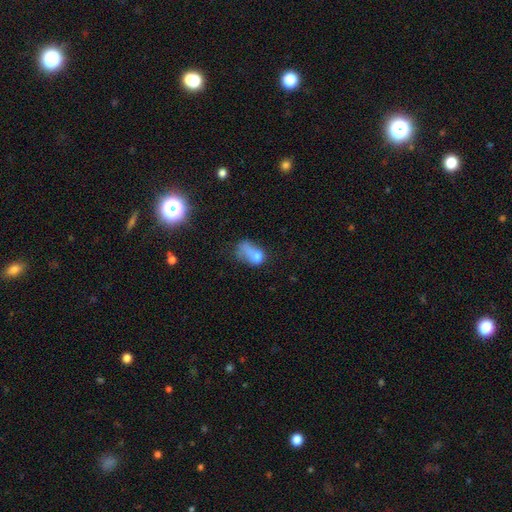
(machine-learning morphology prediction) This is likely a smooth galaxy (67%). How rounded: likely in between (74%). Merging: marginally major disturbance (38%).